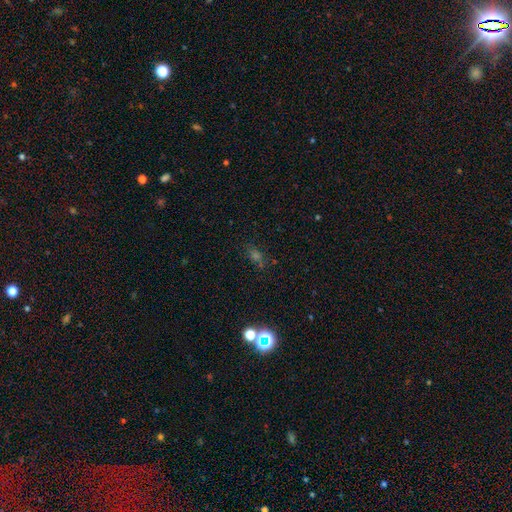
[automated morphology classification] Smooth or featured? Predicted: star or artifact (p=0.47).